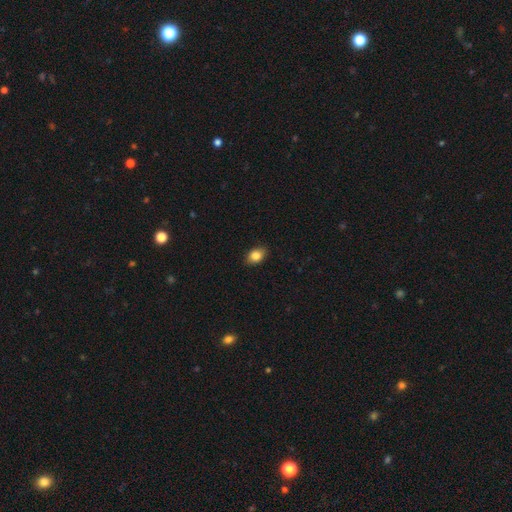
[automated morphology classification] A smooth galaxy with no disk features (85%) that is in between round and cigar-shaped (74%).

Vote fractions:
- Smooth or featured? smooth: 85% / star or artifact: 9% / featured or disk: 6%
- How rounded? in between: 74% / round: 25% / cigar-shaped: 1%
- Merging? none: 88% / minor disturbance: 9% / major disturbance: 2% / merger: 1%